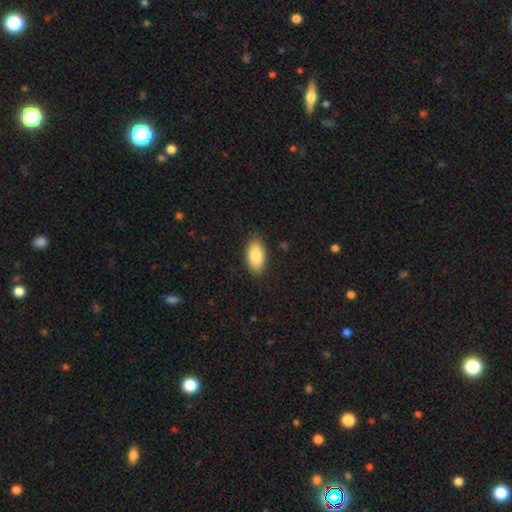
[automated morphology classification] smooth 87%, featured or disk 7%, star or artifact 6%. Down the decision tree: how rounded — in between (93%); merging — none (87%).